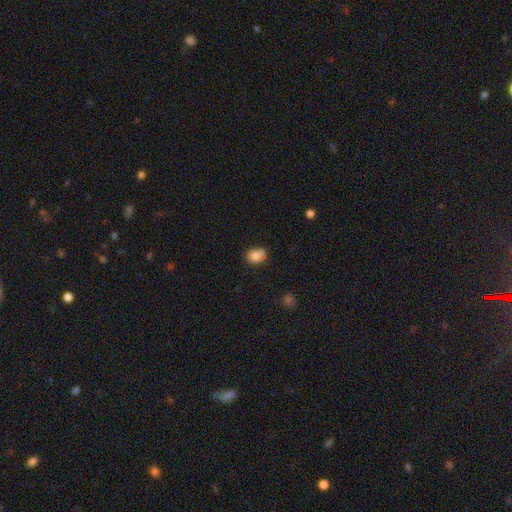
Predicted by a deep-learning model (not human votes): This appears to be a smooth galaxy with no disk features (82%) that is in between round and cigar-shaped (51%). Merging: none (64%).